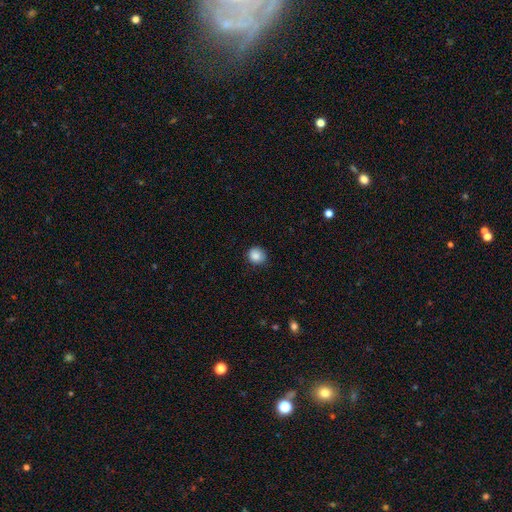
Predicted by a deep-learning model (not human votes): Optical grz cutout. It shows a smooth galaxy with no disk features (87%) that is round (88%). Merging: none (82%).